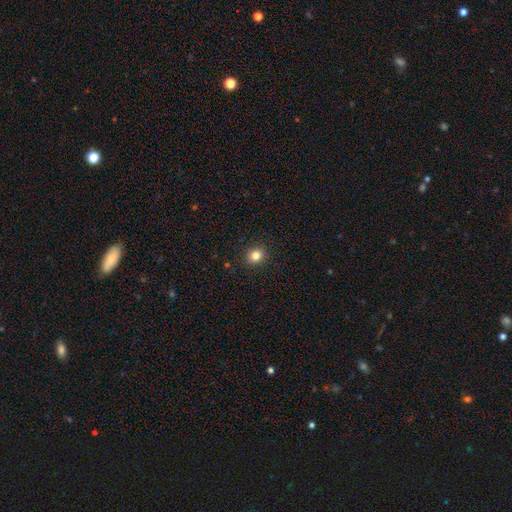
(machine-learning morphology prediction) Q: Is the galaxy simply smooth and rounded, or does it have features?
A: smooth — 83%.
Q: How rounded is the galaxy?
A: round — 80%.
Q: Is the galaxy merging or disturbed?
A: none — 91%.